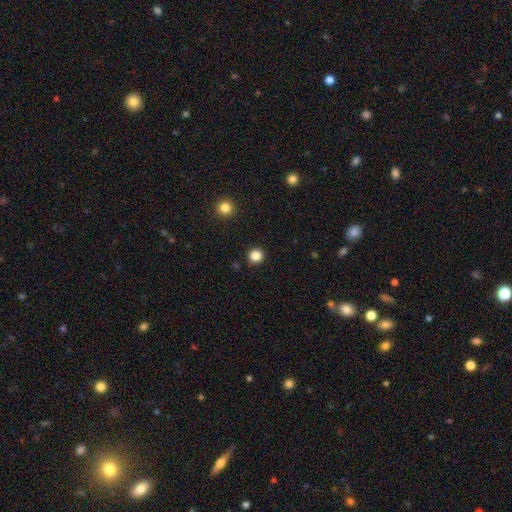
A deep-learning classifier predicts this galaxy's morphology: A smooth galaxy with no disk features (84%) that is round (92%). Merging: none (92%).